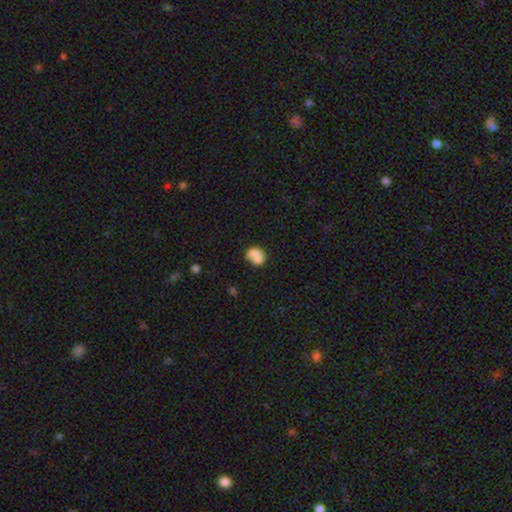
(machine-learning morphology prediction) smooth_or_featured: smooth (p=0.72) [alt: featured or disk p=0.19]
how_rounded: round (p=0.54) [alt: in between p=0.45]
merging: merger (p=0.41) [alt: none p=0.33]